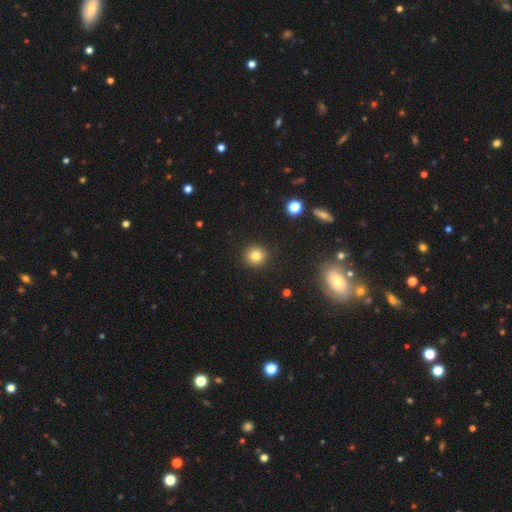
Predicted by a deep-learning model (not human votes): Smooth or featured: smooth — 80% (star or artifact — 12%)
How rounded: round — 93% (in between — 6%)
Merging: none — 92% (minor disturbance — 5%)